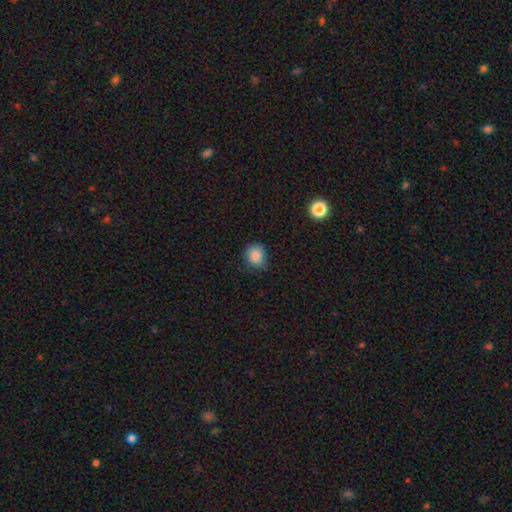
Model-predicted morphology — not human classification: type=smooth (86%); roundness=round (75%); merging=none (73%).